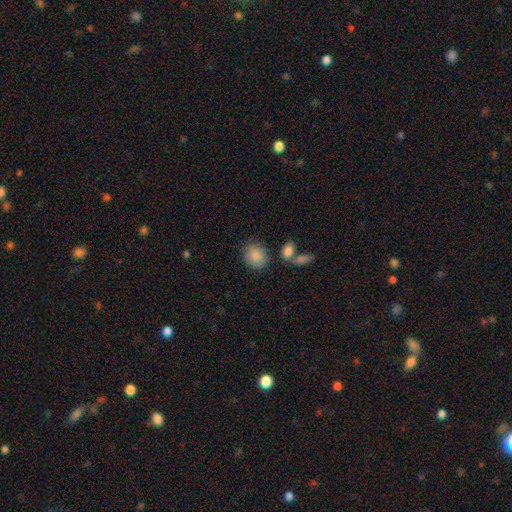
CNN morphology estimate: Smooth or featured? Predicted: smooth (p=0.87). How rounded? Predicted: round (p=0.64). Merging? Predicted: none (p=0.76).